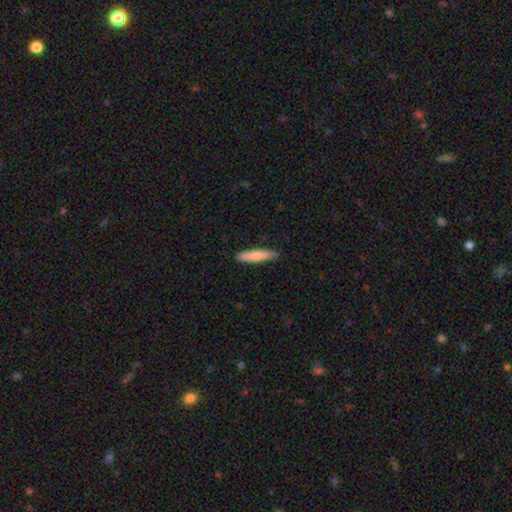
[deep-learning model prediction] A smooth galaxy with no disk features (78%) that is cigar-shaped (88%).

Vote fractions:
- Smooth or featured? smooth: 78% / featured or disk: 16% / star or artifact: 5%
- How rounded? cigar-shaped: 88% / in between: 11% / round: 1%
- Merging? none: 89% / minor disturbance: 9% / major disturbance: 2% / merger: 1%